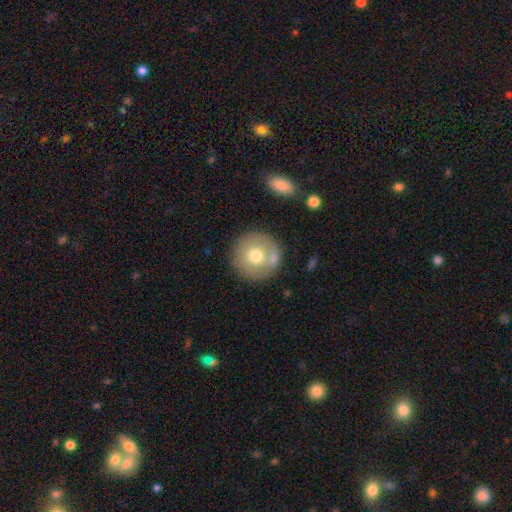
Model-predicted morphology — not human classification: type=smooth (67%); roundness=round (95%); merging=none (75%).